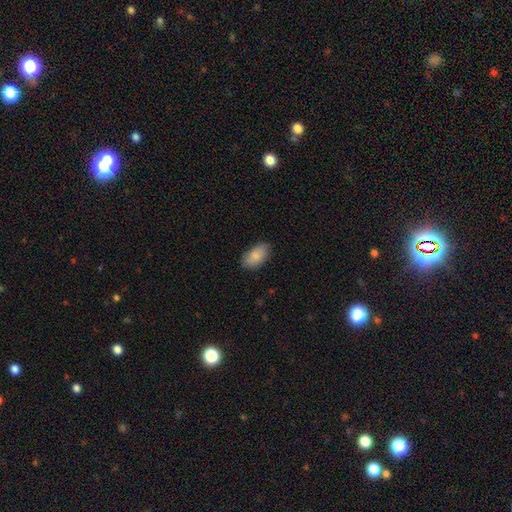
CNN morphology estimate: smooth_or_featured: smooth (p=0.86) [alt: featured or disk p=0.08]
how_rounded: in between (p=0.94) [alt: round p=0.04]
merging: none (p=0.81) [alt: minor disturbance p=0.15]